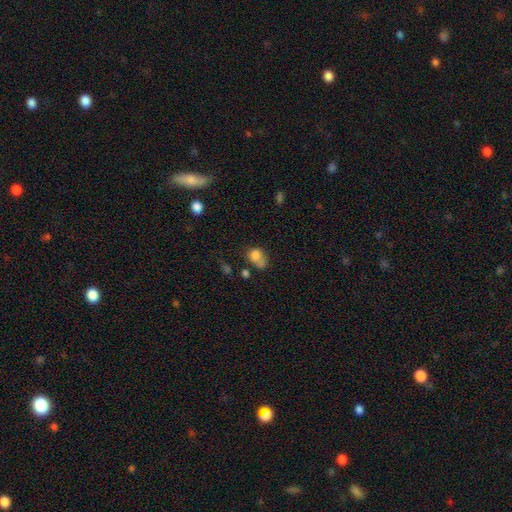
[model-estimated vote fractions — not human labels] This appears to be a smooth galaxy with no disk features (76%) that is in between round and cigar-shaped (51%). Merging: none (32%).